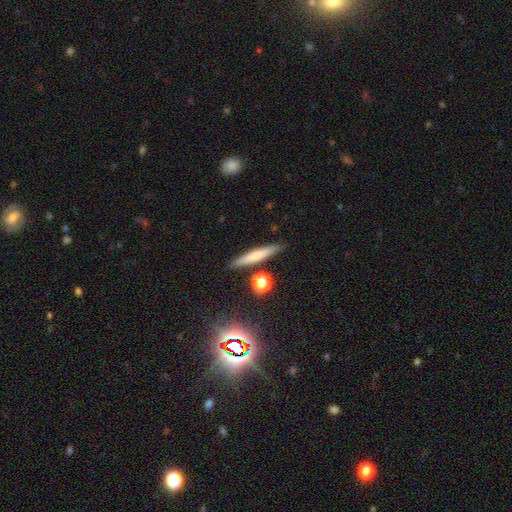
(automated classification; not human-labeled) smooth 65%, featured or disk 26%, star or artifact 9%. Down the decision tree: how rounded — cigar-shaped (89%); merging — none (85%).